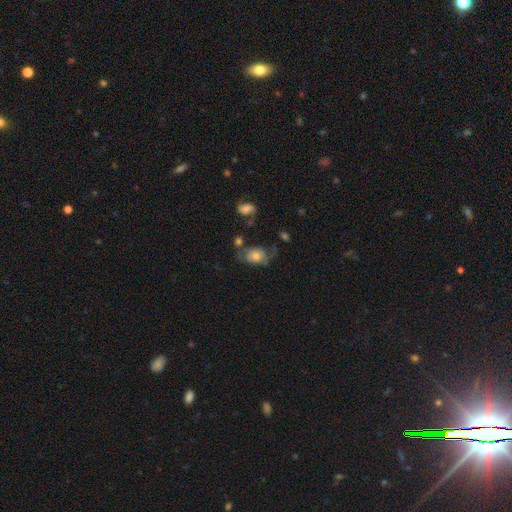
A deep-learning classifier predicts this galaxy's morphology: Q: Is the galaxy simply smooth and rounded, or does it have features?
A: smooth — 52%.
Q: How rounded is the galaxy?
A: in between — 75%.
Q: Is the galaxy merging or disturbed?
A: none — 45%.